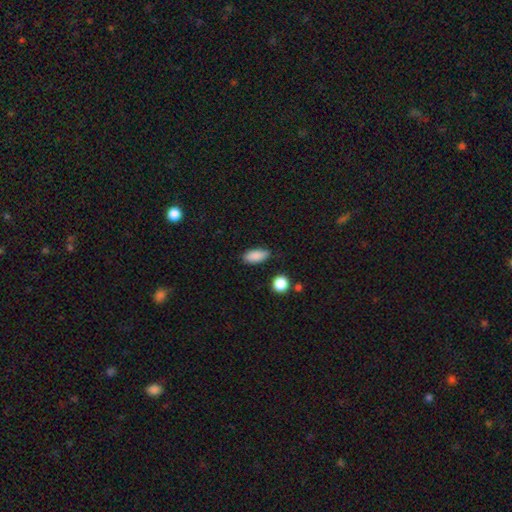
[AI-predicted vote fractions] This is clearly a smooth galaxy (88%). How rounded: clearly in between (87%). Merging: likely none (80%).